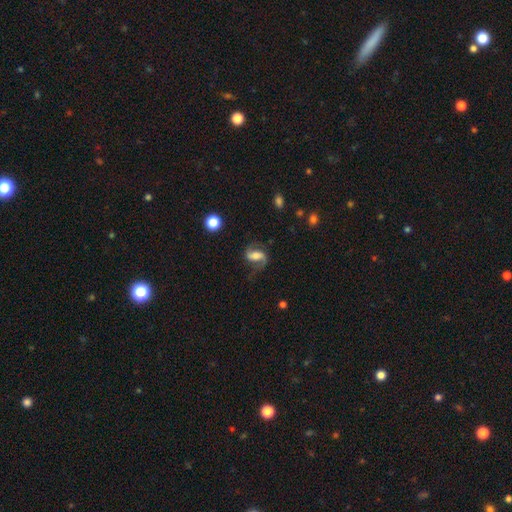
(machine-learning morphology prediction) A featured or disk galaxy (78%) with a weak bar (38%), 2 (89%) loose (48%) spiral arms (95%) and a moderate central bulge (43%). Merging: none (67%).